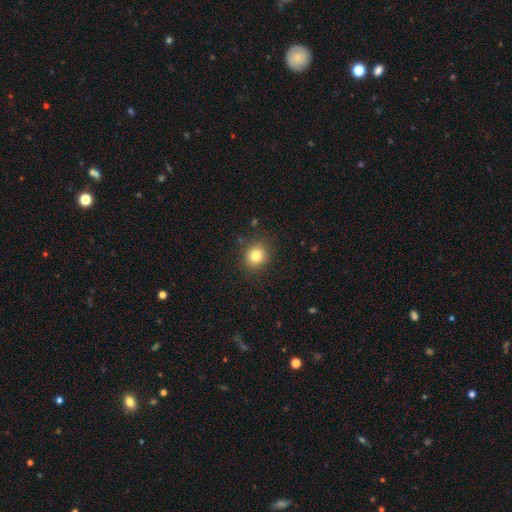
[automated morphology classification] This is clearly a smooth galaxy (82%). How rounded: clearly round (87%). Merging: clearly none (88%).